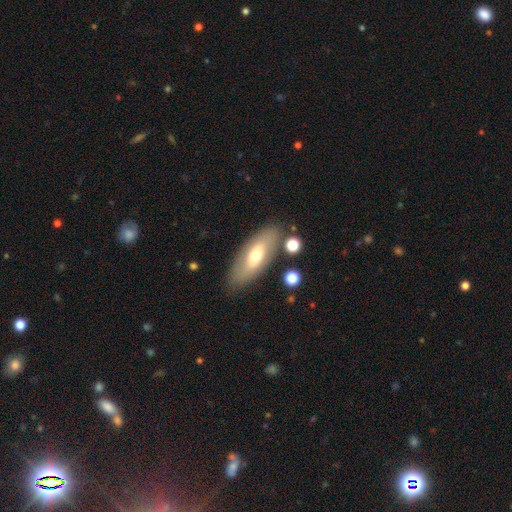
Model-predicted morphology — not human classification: Q: Smooth or featured?
A: smooth (56%); runner-up: featured or disk (37%)
Q: How rounded?
A: in between (76%); runner-up: cigar-shaped (22%)
Q: Merging?
A: none (80%); runner-up: minor disturbance (12%)